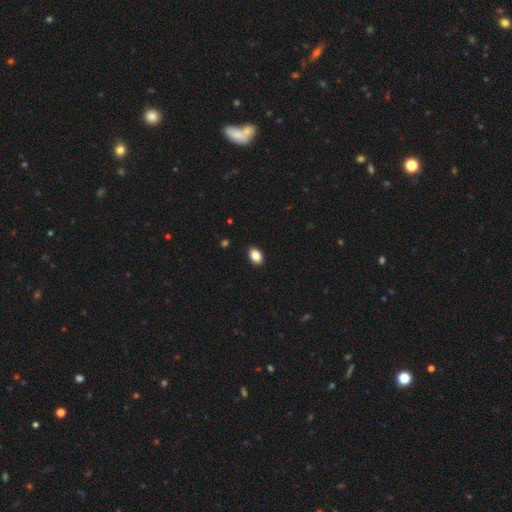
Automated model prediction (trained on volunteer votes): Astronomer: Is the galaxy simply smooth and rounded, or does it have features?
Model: smooth — 87%.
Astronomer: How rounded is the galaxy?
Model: in between — 84%.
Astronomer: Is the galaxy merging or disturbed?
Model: none — 89%.